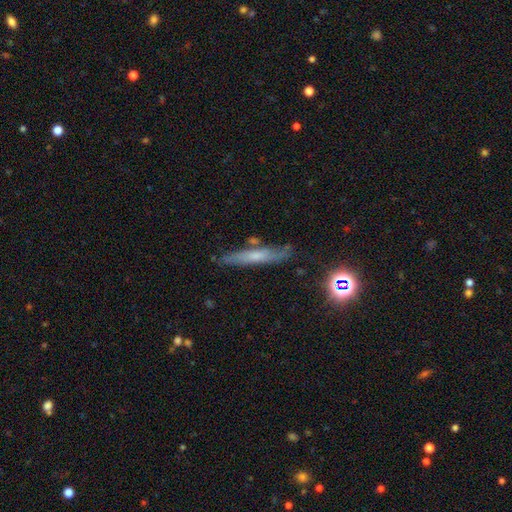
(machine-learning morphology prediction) A smooth galaxy with no disk features (48%). Merging: none (71%).